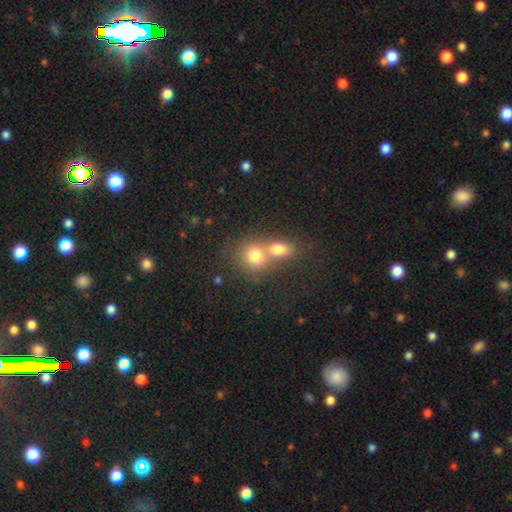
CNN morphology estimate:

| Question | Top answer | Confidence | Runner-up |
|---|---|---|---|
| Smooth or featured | smooth | 76% | featured or disk (13%) |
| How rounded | round | 67% | in between (31%) |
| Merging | merger | 62% | none (29%) |